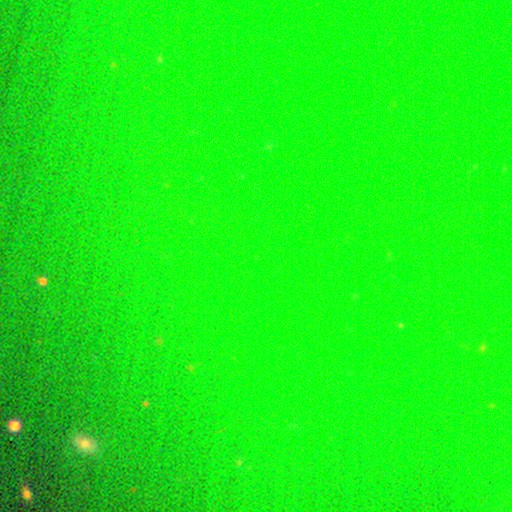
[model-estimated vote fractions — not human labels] A star or artifact, not a galaxy (78%).

Vote fractions:
- Smooth or featured? star or artifact: 78% / smooth: 13% / featured or disk: 9%